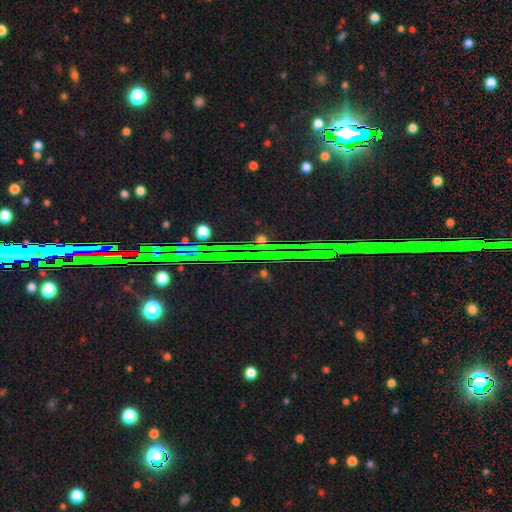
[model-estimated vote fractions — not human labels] smooth-or-featured: star or artifact: 84% | featured or disk: 8% | smooth: 8%